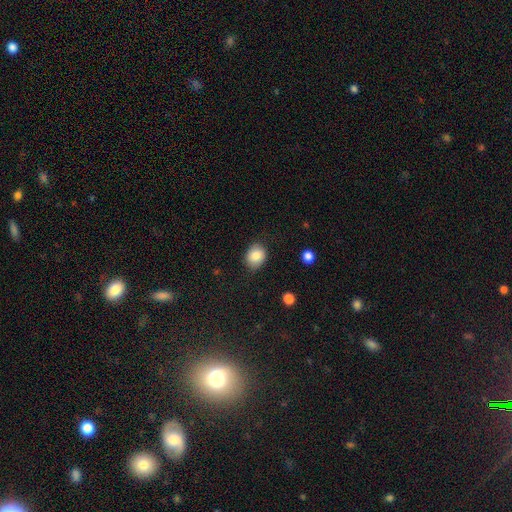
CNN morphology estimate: Smooth or featured? Predicted: smooth (p=0.85). How rounded? Predicted: round (p=0.51). Merging? Predicted: none (p=0.80).